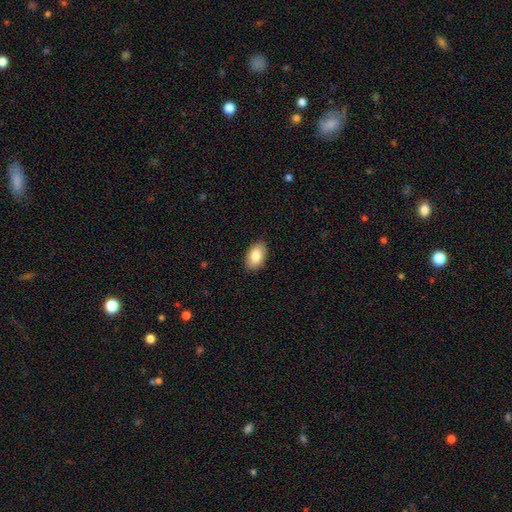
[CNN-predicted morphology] The model was most divided on "smooth or featured": smooth: 85%, featured or disk: 8%, star or artifact: 7%. More confident: how rounded — in between (93%); merging — none (88%).